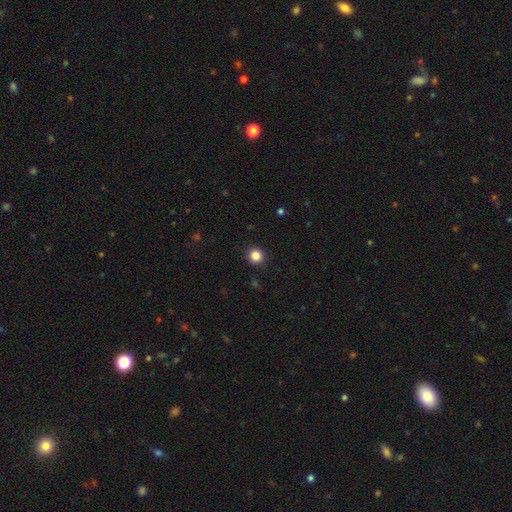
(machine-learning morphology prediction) A smooth galaxy with no disk features (86%) that is round (93%).

Vote fractions:
- Smooth or featured? smooth: 86% / star or artifact: 11% / featured or disk: 3%
- How rounded? round: 93% / in between: 6% / cigar-shaped: 1%
- Merging? none: 92% / minor disturbance: 5% / major disturbance: 2% / merger: 1%